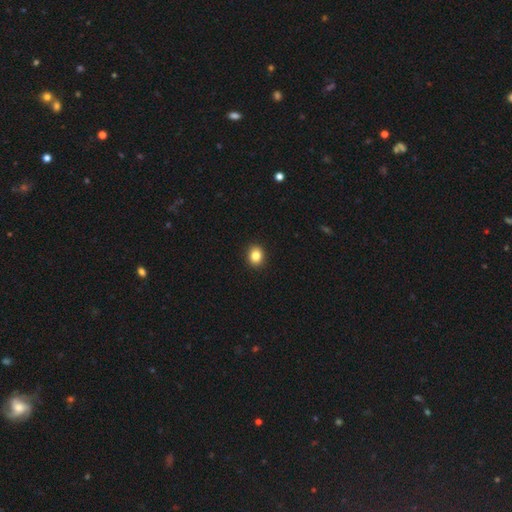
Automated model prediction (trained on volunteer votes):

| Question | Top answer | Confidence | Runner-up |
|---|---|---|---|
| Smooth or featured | smooth | 85% | star or artifact (10%) |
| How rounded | round | 63% | in between (36%) |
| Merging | none | 92% | minor disturbance (6%) |